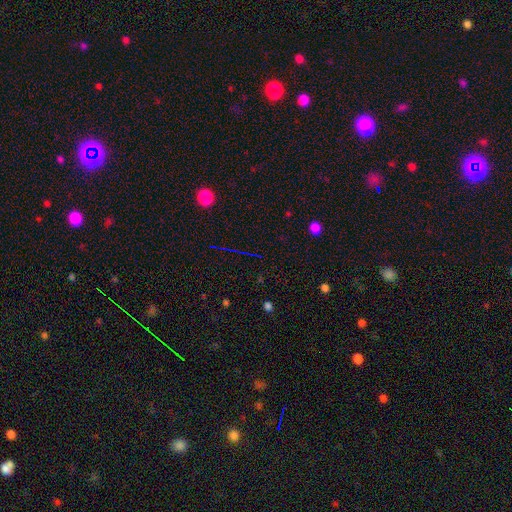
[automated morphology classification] star or artifact 71%, smooth 17%, featured or disk 12%.